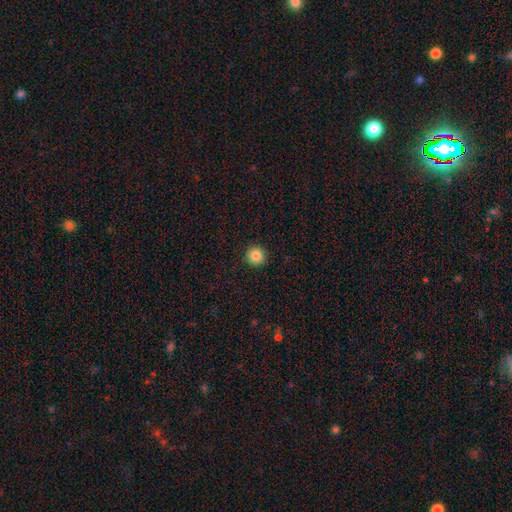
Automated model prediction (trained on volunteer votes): A smooth galaxy with no disk features (86%) that is round (95%). Merging: none (93%).